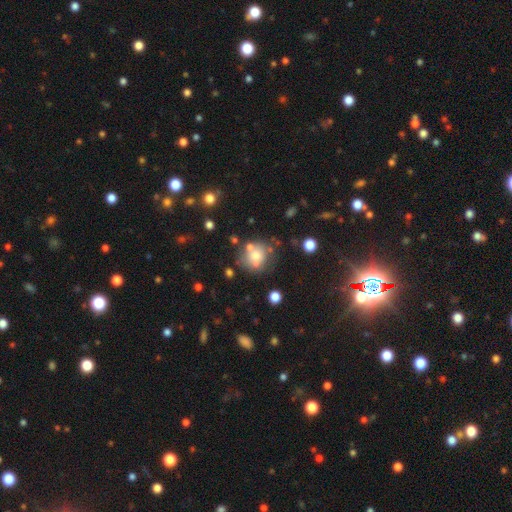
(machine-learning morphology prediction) The model was most divided on "merging": none: 55%, minor disturbance: 18%, merger: 17%, major disturbance: 9%. More confident: how rounded — round (83%); smooth or featured — smooth (65%).